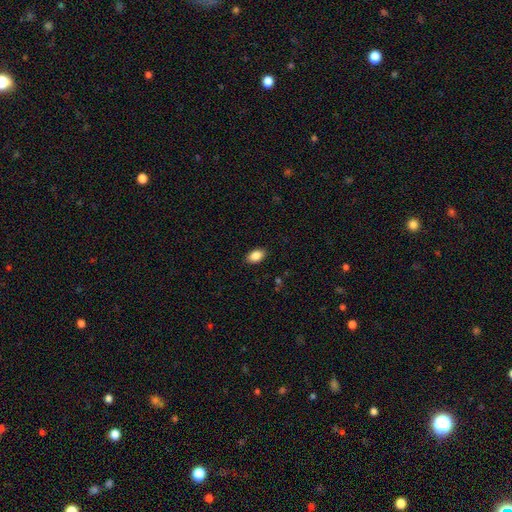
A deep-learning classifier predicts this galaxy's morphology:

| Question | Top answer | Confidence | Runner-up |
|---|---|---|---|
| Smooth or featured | smooth | 88% | star or artifact (8%) |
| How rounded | in between | 89% | round (10%) |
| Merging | none | 89% | minor disturbance (8%) |